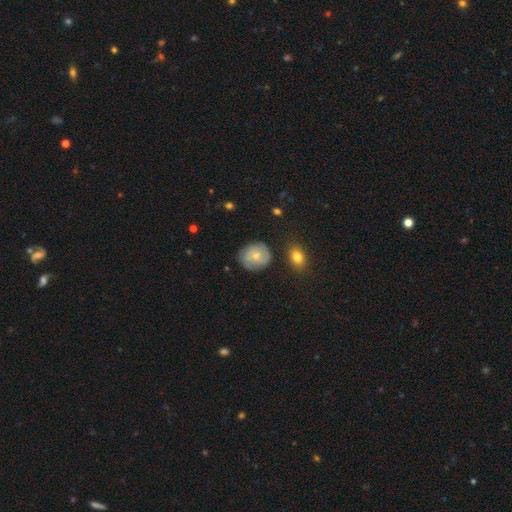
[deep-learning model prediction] A smooth galaxy with no disk features (46%, tied with featured or disk). Merging: none (76%).